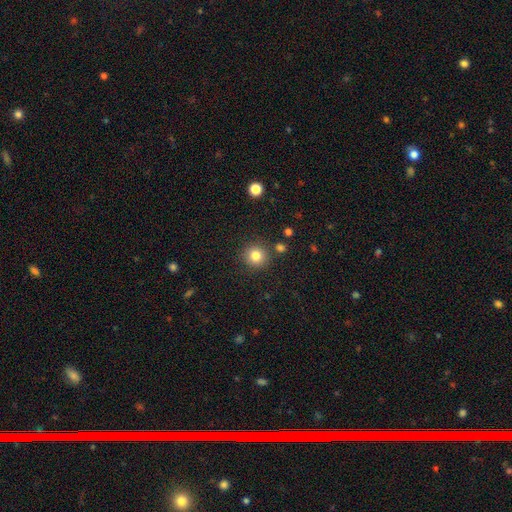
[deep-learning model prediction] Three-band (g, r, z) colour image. It shows a smooth galaxy with no disk features (82%) that is round (93%). Merging: none (87%).